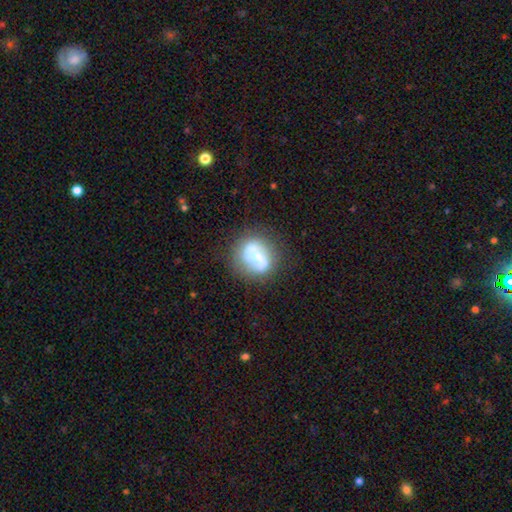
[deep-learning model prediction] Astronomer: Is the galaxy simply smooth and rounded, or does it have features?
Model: featured or disk — 51% (runner-up: smooth, 40%).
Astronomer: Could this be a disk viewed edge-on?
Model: no — 97%.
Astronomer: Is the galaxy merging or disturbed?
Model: none — 42% (runner-up: merger, 25%).